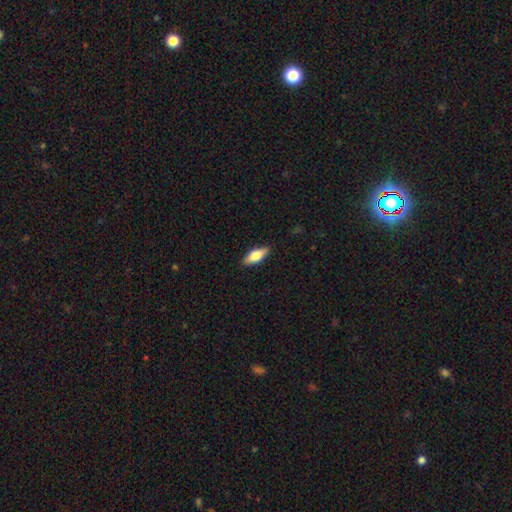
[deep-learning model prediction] A smooth galaxy with no disk features (64%) that is in between round and cigar-shaped (68%). Merging: none (88%).